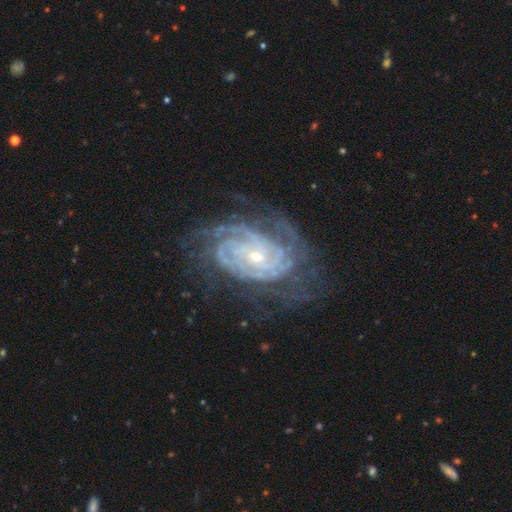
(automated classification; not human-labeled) smooth-or-featured: featured or disk: 89% | star or artifact: 6% | smooth: 5%
  disk-edge-on: no: 96% | yes: 4%
    bar: no: 62% | weak: 27% | strong: 11%
    has-spiral-arms: yes: 98% | no: 2%
      spiral-winding: tight: 78% | medium: 19% | loose: 3%
      spiral-arm-count: can't tell: 28% | 4: 22% | 3: 17% | 2: 15% | more than 4: 12% | 1: 7%
    bulge-size: small: 71% | moderate: 25% | large: 2% | none: 1% | dominant: 1%
  merging: none: 66% | minor disturbance: 20% | major disturbance: 12% | merger: 2%